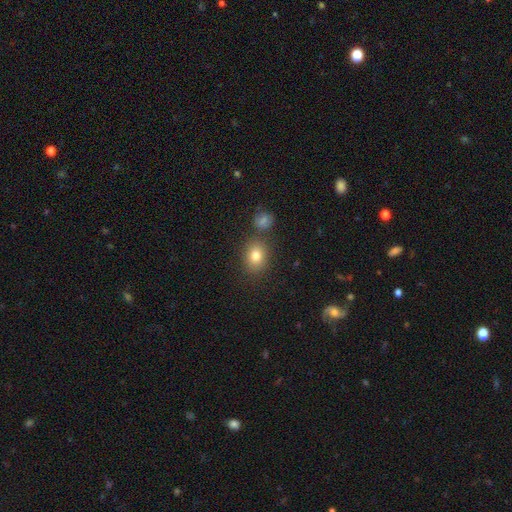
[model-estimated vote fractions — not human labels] This appears to be a smooth galaxy with no disk features (80%) that is round (57%). Merging: none (76%).